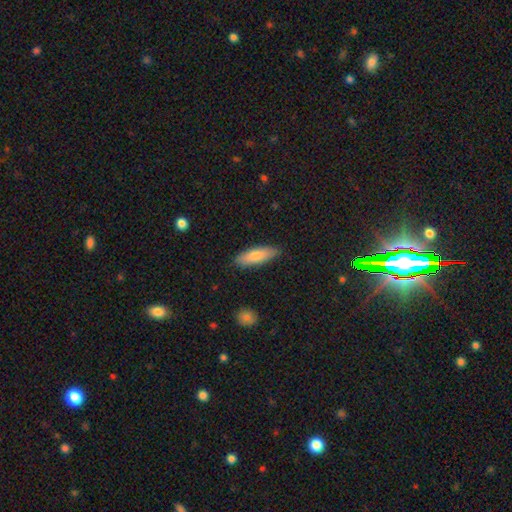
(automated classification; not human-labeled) smooth-or-featured: smooth: 80% | featured or disk: 15% | star or artifact: 6%
  how-rounded: in between: 51% | cigar-shaped: 48% | round: 2%
  merging: none: 86% | minor disturbance: 10% | major disturbance: 2% | merger: 1%